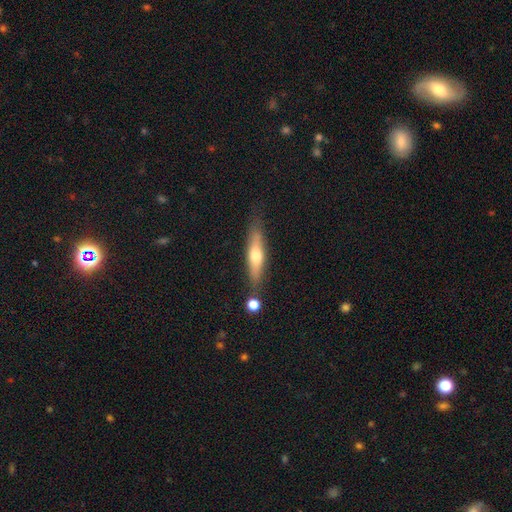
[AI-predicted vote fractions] Overall: smooth (51%; featured or disk 43%). How rounded: cigar-shaped (78%). Merging: none (75%).